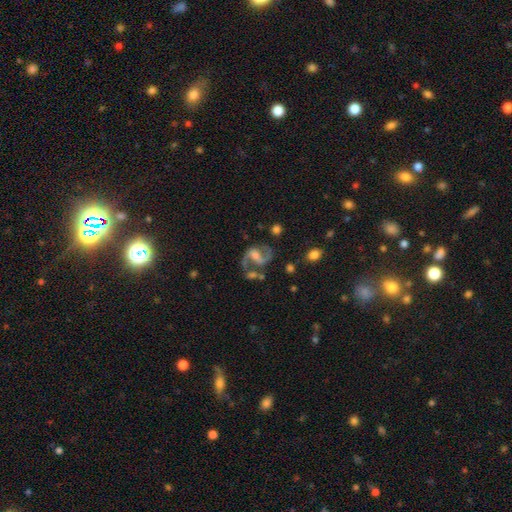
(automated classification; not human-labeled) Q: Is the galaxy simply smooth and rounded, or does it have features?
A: featured or disk — 84%.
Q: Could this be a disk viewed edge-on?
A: no — 98%.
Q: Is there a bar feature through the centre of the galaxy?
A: weak — 48%.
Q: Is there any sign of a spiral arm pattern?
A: yes — 93%.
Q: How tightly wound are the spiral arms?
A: medium — 50%.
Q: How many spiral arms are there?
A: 2 — 89%.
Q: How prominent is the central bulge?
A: moderate — 39%.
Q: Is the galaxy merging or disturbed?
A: none — 54%.